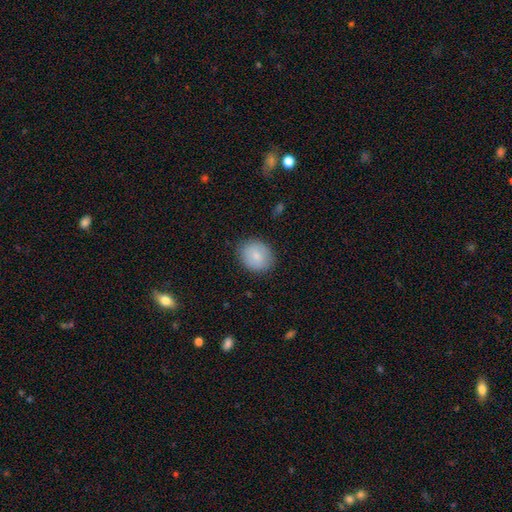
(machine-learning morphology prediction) A smooth galaxy with no disk features (81%) that is round (58%). Merging: none (85%).